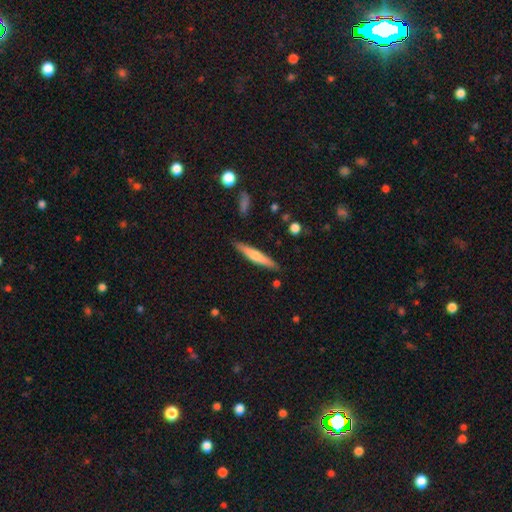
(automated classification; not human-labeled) A smooth galaxy with no disk features (62%) that is cigar-shaped (92%).

Vote fractions:
- Smooth or featured? smooth: 62% / featured or disk: 32% / star or artifact: 6%
- How rounded? cigar-shaped: 92% / in between: 7% / round: 1%
- Merging? none: 88% / minor disturbance: 9% / major disturbance: 2% / merger: 2%